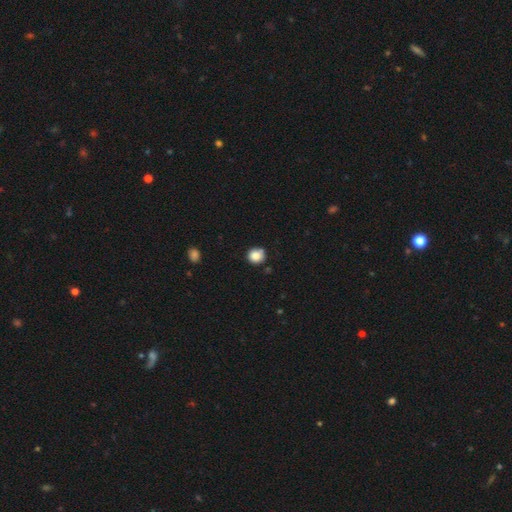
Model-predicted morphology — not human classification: Smooth or featured? smooth (86%)
How rounded? round (88%)
Merging? none (78%)